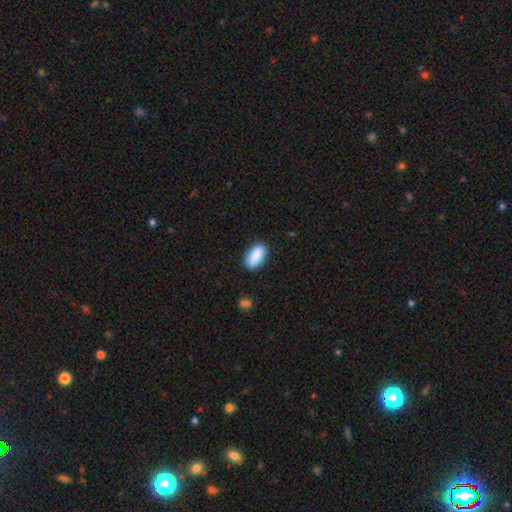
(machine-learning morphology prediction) Smooth or featured: smooth — 89% (star or artifact — 6%)
How rounded: in between — 89% (cigar-shaped — 9%)
Merging: none — 87% (minor disturbance — 9%)